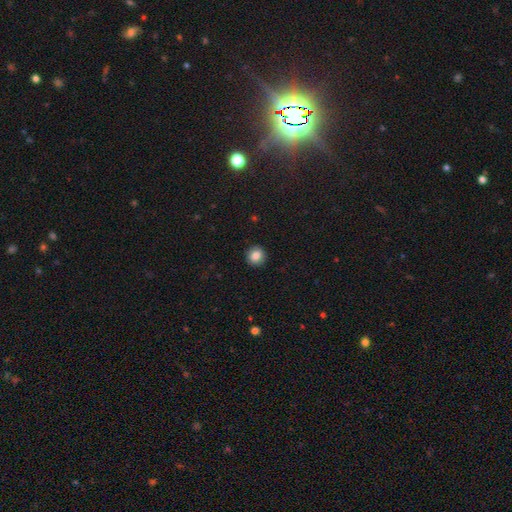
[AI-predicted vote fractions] smooth-or-featured: smooth: 85% | star or artifact: 9% | featured or disk: 6%
  how-rounded: round: 90% | in between: 9% | cigar-shaped: 1%
  merging: none: 92% | minor disturbance: 5% | major disturbance: 2% | merger: 1%